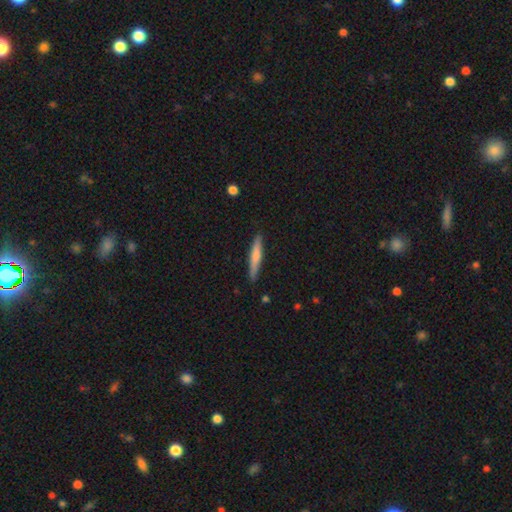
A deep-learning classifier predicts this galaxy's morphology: The model was most divided on "smooth or featured": smooth: 63%, featured or disk: 32%, star or artifact: 6%. More confident: how rounded — cigar-shaped (93%); merging — none (88%).